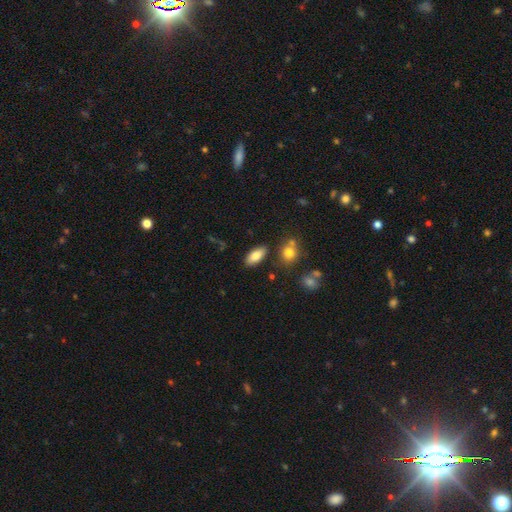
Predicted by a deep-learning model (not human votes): Smooth or featured: smooth — 82% (featured or disk — 11%)
How rounded: in between — 89% (cigar-shaped — 9%)
Merging: none — 82% (minor disturbance — 10%)